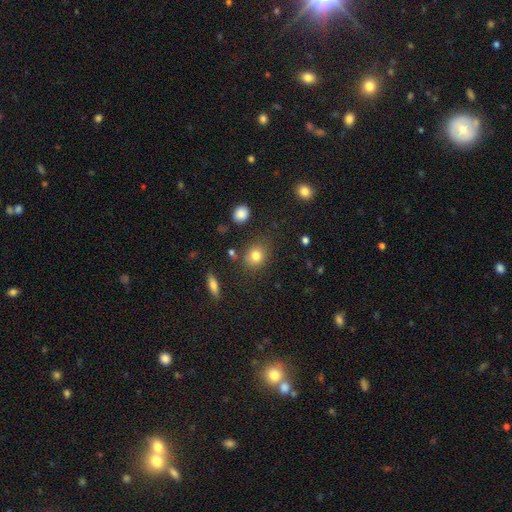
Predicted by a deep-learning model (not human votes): smooth 79%, star or artifact 12%, featured or disk 9%. Down the decision tree: how rounded — round (63%); merging — none (77%).